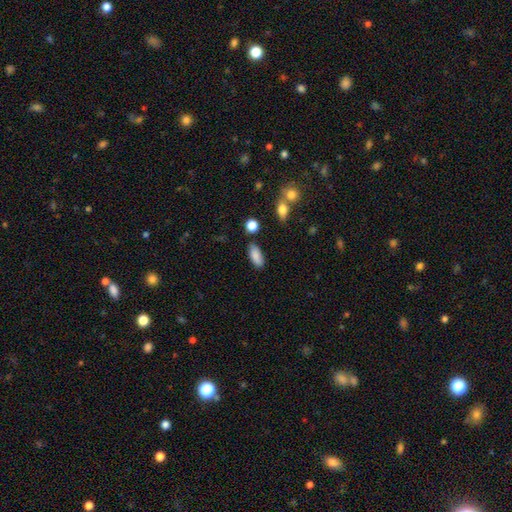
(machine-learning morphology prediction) smooth-or-featured: smooth: 86% | featured or disk: 7% | star or artifact: 7%
  how-rounded: in between: 84% | cigar-shaped: 13% | round: 3%
  merging: none: 83% | minor disturbance: 11% | merger: 3% | major disturbance: 3%